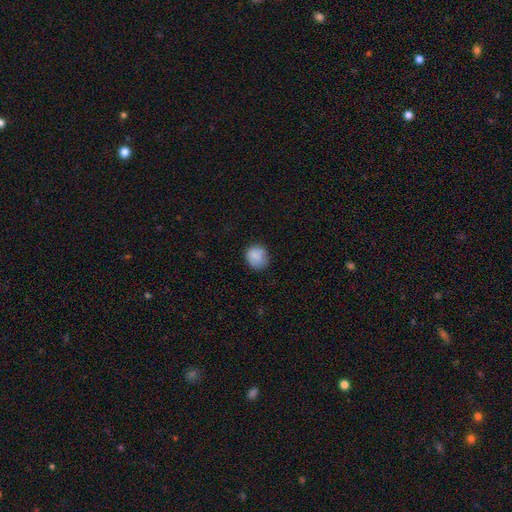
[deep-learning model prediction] A smooth galaxy with no disk features (86%) that is round (75%).

Vote fractions:
- Smooth or featured? smooth: 86% / star or artifact: 8% / featured or disk: 5%
- How rounded? round: 75% / in between: 24% / cigar-shaped: 1%
- Merging? none: 76% / minor disturbance: 18% / major disturbance: 4% / merger: 1%